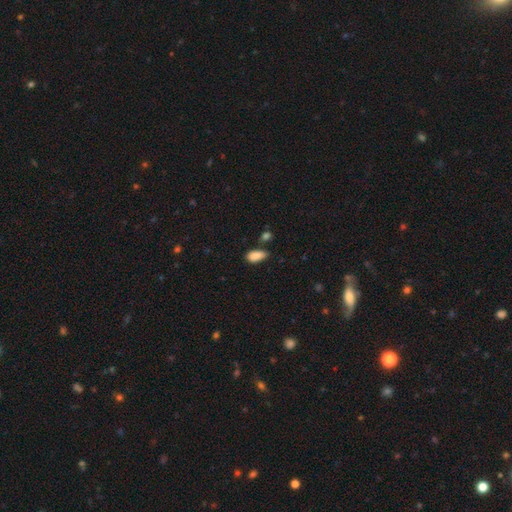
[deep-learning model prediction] smooth_or_featured: smooth (p=0.88) [alt: star or artifact p=0.08]
how_rounded: in between (p=0.90) [alt: cigar-shaped p=0.07]
merging: none (p=0.59) [alt: minor disturbance p=0.27]